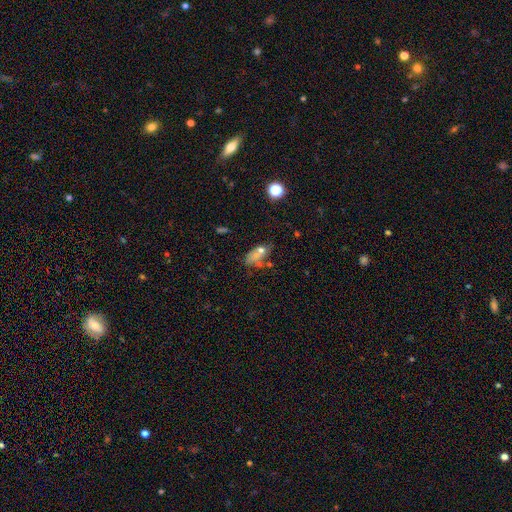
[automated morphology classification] Smooth or featured? Predicted: smooth (p=0.60). How rounded? Predicted: in between (p=0.79). Merging? Predicted: none (p=0.37).